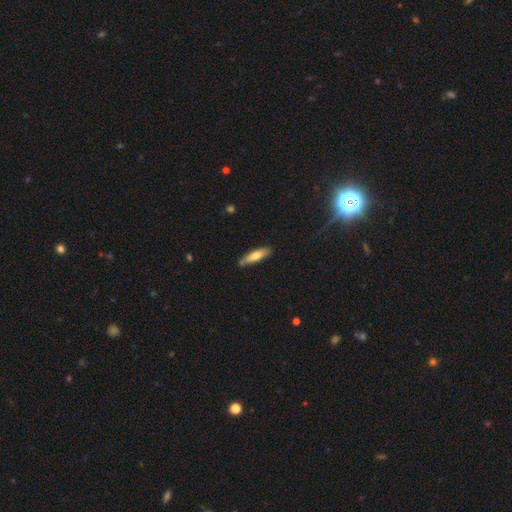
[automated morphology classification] Smooth or featured? Predicted: smooth (p=0.70). How rounded? Predicted: cigar-shaped (p=0.65). Merging? Predicted: none (p=0.80).